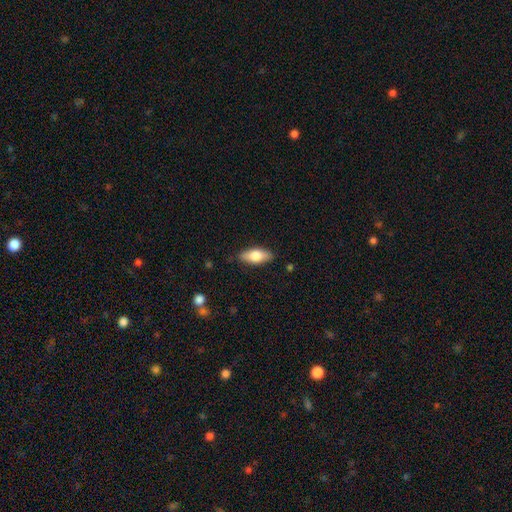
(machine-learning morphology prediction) Smooth or featured? smooth (71%)
How rounded? in between (79%)
Merging? none (86%)